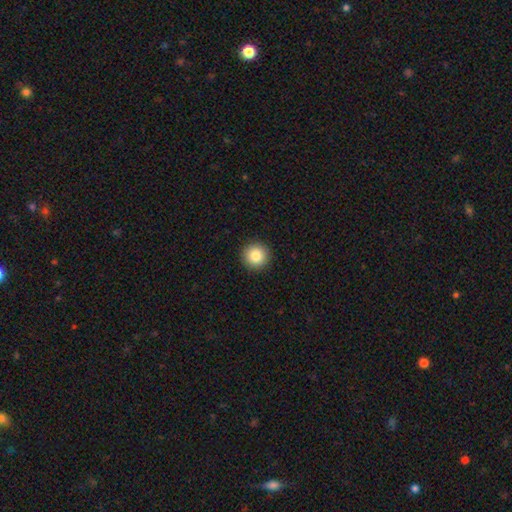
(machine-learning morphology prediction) Overall: smooth (84%). How rounded: round (95%). Merging: none (93%).